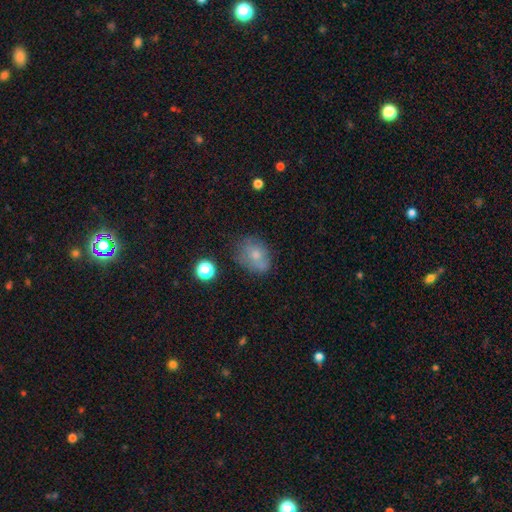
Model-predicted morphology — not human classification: A smooth galaxy with no disk features (68%) that is in between round and cigar-shaped (58%). Merging: none (57%).